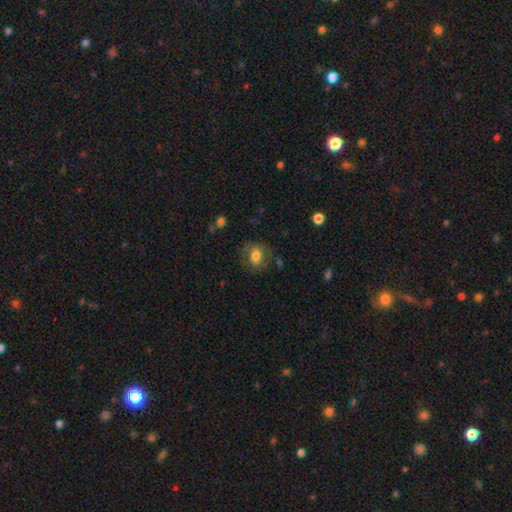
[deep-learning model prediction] This appears to be a smooth galaxy with no disk features (66%) that is in between round and cigar-shaped (54%). Merging: none (69%).